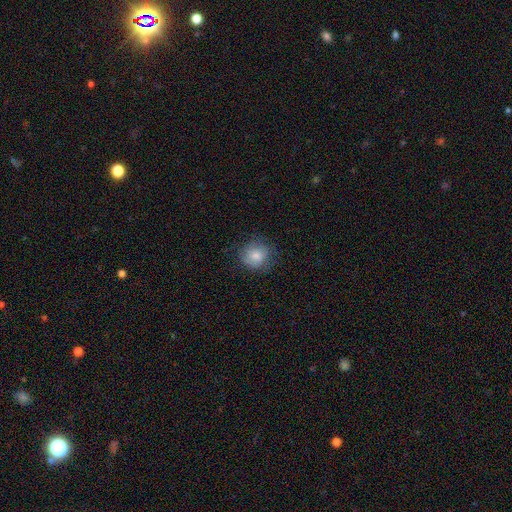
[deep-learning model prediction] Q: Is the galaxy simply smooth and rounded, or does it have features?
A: smooth — 80%.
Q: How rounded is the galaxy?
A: round — 84%.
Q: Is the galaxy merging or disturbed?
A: none — 73%.